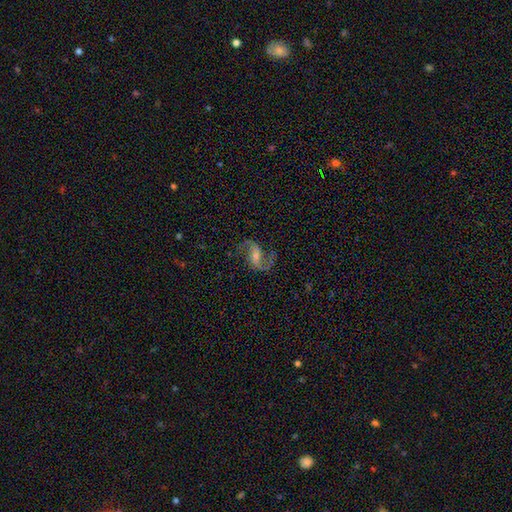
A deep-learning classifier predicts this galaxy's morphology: A featured or disk galaxy (90%) with a weak bar (43%), 2 (94%) loose (49%) spiral arms (98%) and a small central bulge (52%). Merging: none (80%).